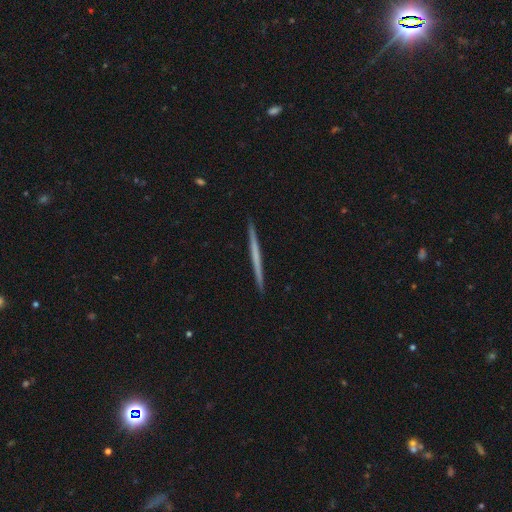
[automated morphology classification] smooth-or-featured: featured or disk: 54% | smooth: 40% | star or artifact: 5%
  disk-edge-on: yes: 98% | no: 2%
    edge-on-bulge: none: 91% | rounded: 6% | boxy: 3%
  merging: none: 93% | minor disturbance: 5% | major disturbance: 1% | merger: 1%